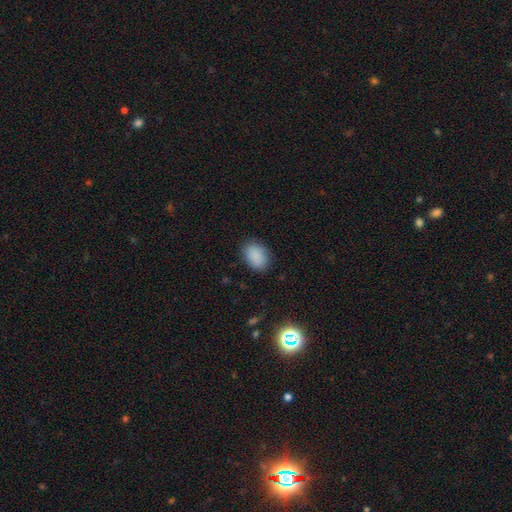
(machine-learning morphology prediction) Q: Smooth or featured?
A: smooth (88%); runner-up: star or artifact (8%)
Q: How rounded?
A: in between (76%); runner-up: round (23%)
Q: Merging?
A: none (83%); runner-up: minor disturbance (13%)